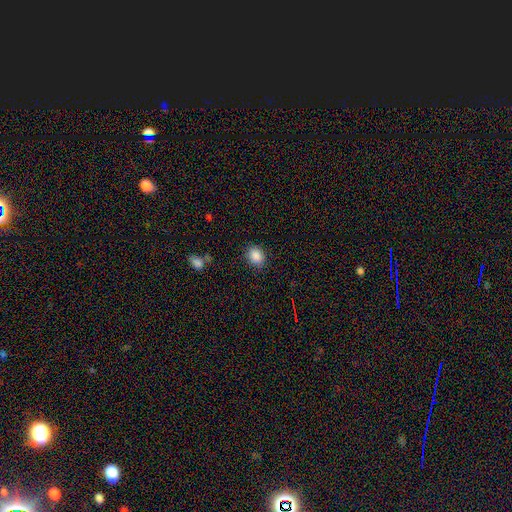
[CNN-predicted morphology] Q: Smooth or featured?
A: smooth (87%); runner-up: star or artifact (9%)
Q: How rounded?
A: in between (50%); runner-up: round (49%)
Q: Merging?
A: none (85%); runner-up: minor disturbance (11%)